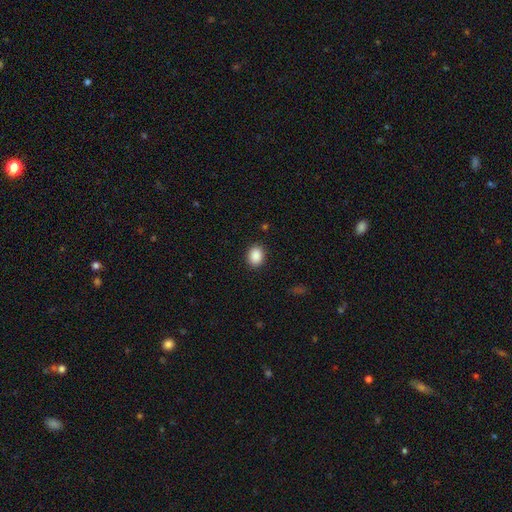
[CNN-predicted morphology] type=smooth (89%); roundness=in between (62%); merging=none (89%).